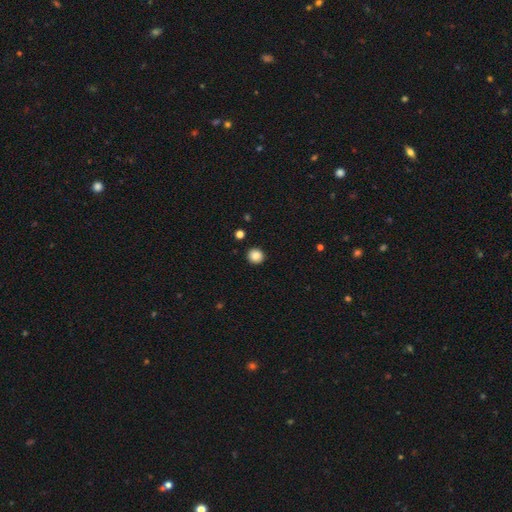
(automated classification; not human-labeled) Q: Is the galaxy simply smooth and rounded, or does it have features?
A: smooth — 86%.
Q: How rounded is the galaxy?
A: round — 91%.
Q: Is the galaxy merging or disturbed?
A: none — 92%.